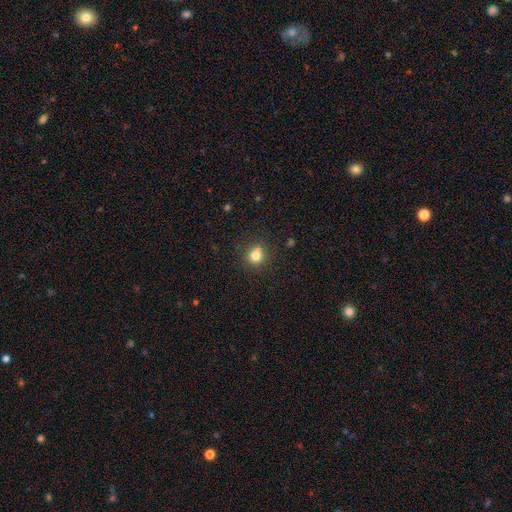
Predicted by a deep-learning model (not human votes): Overall: smooth (78%). How rounded: round (85%). Merging: none (69%).